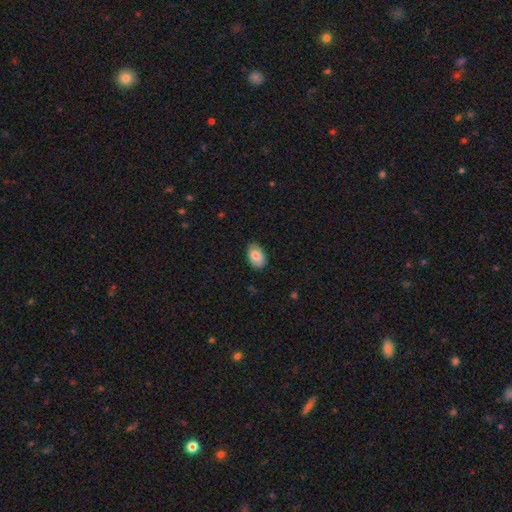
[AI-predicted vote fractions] A smooth galaxy with no disk features (84%) that is in between round and cigar-shaped (92%). Merging: none (79%).